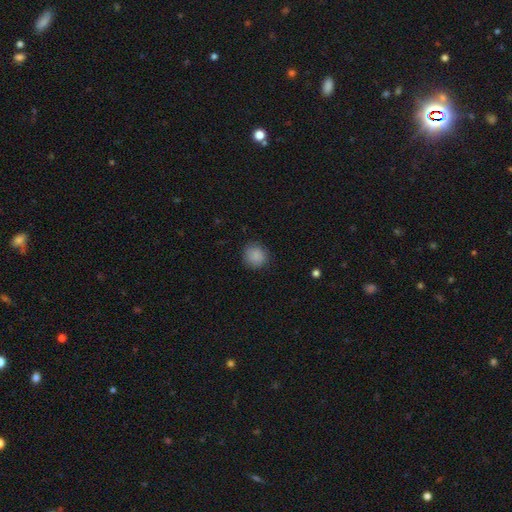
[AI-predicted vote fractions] The model was most divided on "merging": none: 87%, minor disturbance: 9%, major disturbance: 3%, merger: 1%. More confident: how rounded — round (90%); smooth or featured — smooth (87%).